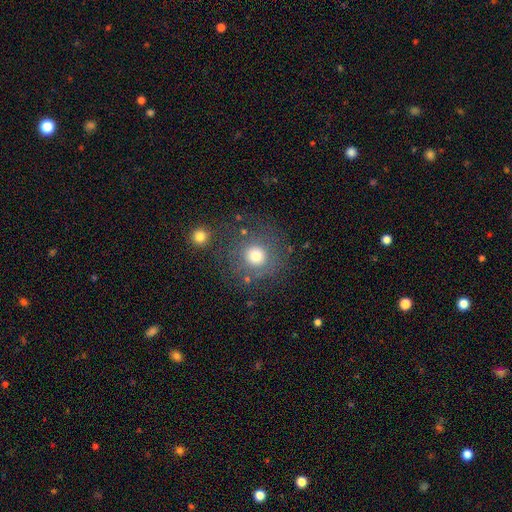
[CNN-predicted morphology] smooth-or-featured: smooth: 73% | star or artifact: 13% | featured or disk: 13%
  how-rounded: round: 92% | in between: 7% | cigar-shaped: 1%
  merging: none: 74% | minor disturbance: 12% | major disturbance: 8% | merger: 6%